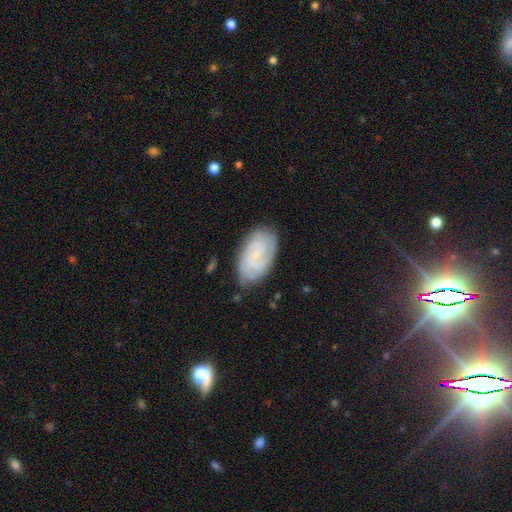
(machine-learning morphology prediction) smooth-or-featured: featured or disk: 71% | smooth: 21% | star or artifact: 8%
  disk-edge-on: no: 96% | yes: 4%
    bar: no: 49% | weak: 42% | strong: 9%
    has-spiral-arms: yes: 93% | no: 7%
      spiral-winding: tight: 63% | medium: 30% | loose: 8%
      spiral-arm-count: 2: 35% | can't tell: 33% | 3: 17% | 4: 7% | 1: 5% | more than 4: 5%
    bulge-size: small: 69% | none: 19% | moderate: 10% | large: 1% | dominant: 1%
  merging: none: 77% | minor disturbance: 17% | major disturbance: 4% | merger: 2%